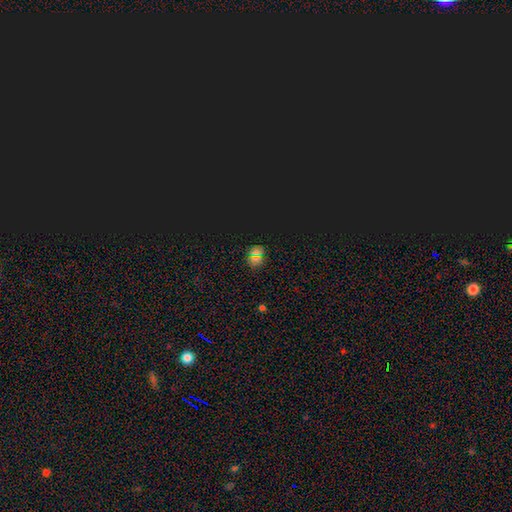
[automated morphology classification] A star or artifact, not a galaxy (53%).